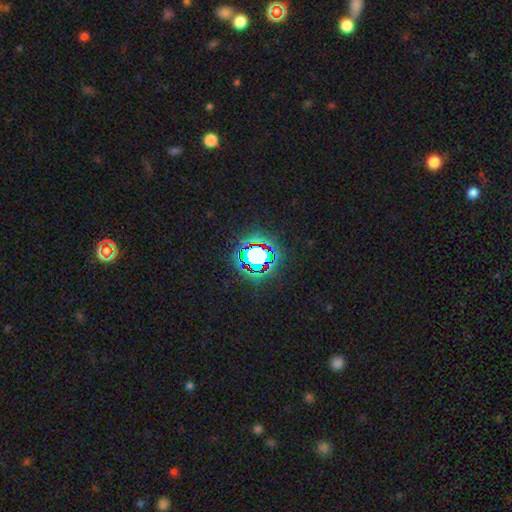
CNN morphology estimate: Smooth or featured? Predicted: star or artifact (p=0.67).